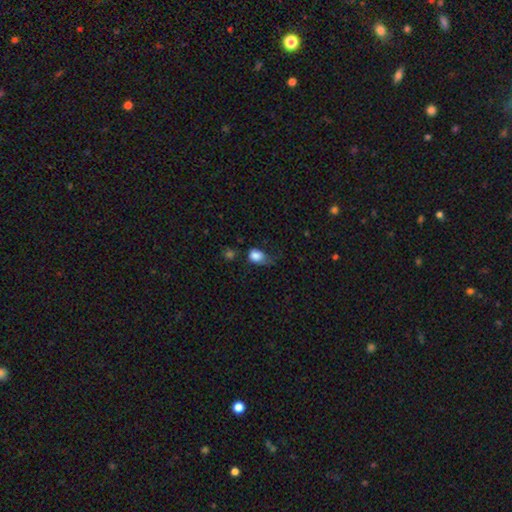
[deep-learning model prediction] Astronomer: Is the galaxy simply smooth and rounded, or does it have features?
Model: smooth — 84%.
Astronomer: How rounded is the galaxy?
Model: in between — 56% (runner-up: round, 42%).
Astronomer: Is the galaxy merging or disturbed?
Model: minor disturbance — 39% (runner-up: major disturbance, 29%).